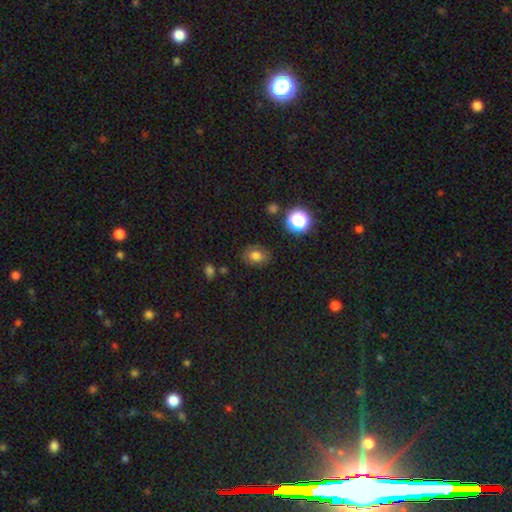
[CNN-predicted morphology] type=smooth (74%); roundness=in between (64%); merging=none (81%).